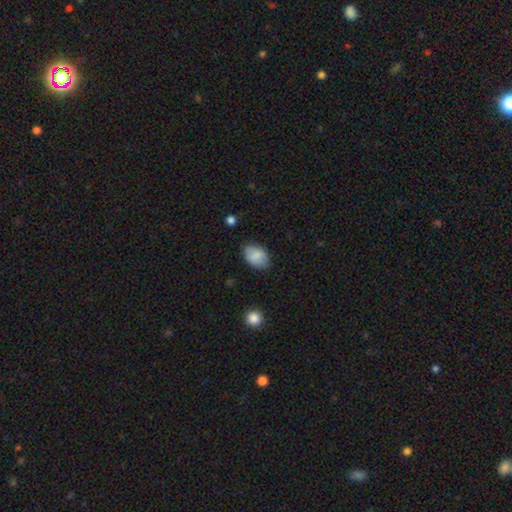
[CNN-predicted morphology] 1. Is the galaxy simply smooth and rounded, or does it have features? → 83% smooth, 9% featured or disk, 7% star or artifact.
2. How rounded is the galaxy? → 84% in between, 15% round, 1% cigar-shaped.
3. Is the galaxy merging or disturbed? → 76% none, 19% minor disturbance, 4% major disturbance, 2% merger.